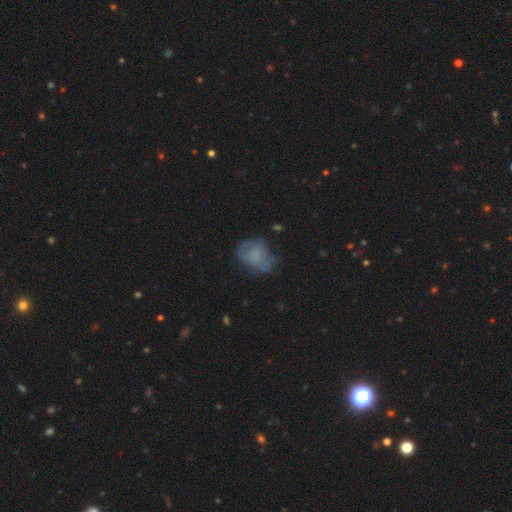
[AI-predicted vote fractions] Smooth or featured? smooth (60%)
How rounded? in between (57%)
Merging? none (51%)